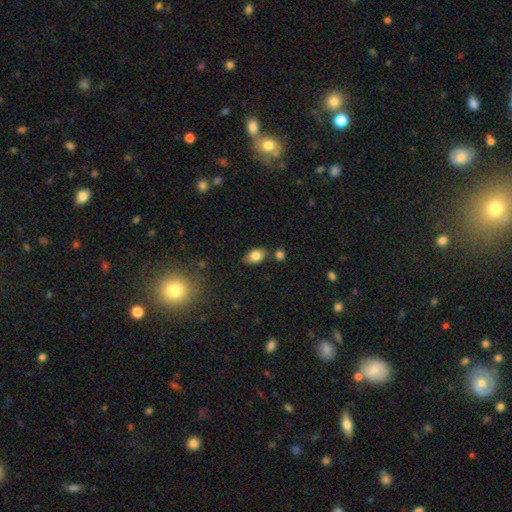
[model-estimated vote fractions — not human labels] The model was most divided on "merging": none: 73%, minor disturbance: 14%, merger: 10%, major disturbance: 3%. More confident: how rounded — in between (85%); smooth or featured — smooth (82%).